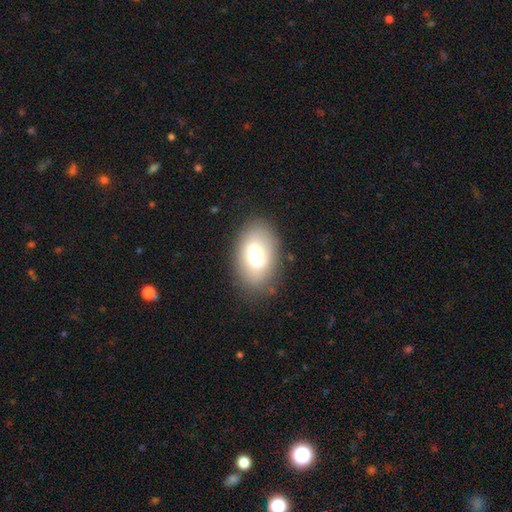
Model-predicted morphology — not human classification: smooth-or-featured: smooth: 57% | featured or disk: 35% | star or artifact: 8%
  how-rounded: in between: 88% | round: 11% | cigar-shaped: 1%
  merging: none: 81% | minor disturbance: 13% | major disturbance: 5% | merger: 2%